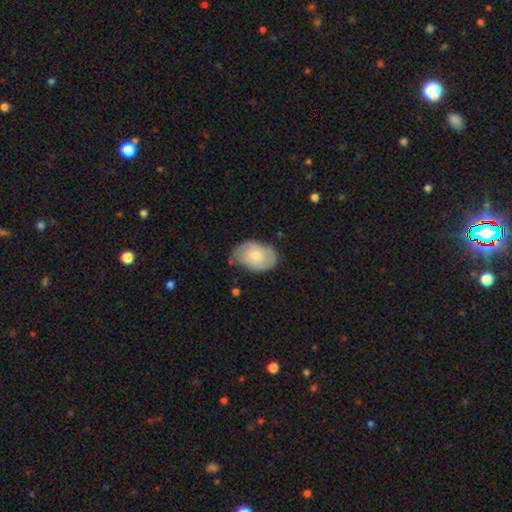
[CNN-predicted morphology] Overall: smooth (59%; featured or disk 35%). How rounded: in between (82%). Merging: none (51%; minor disturbance 36%).